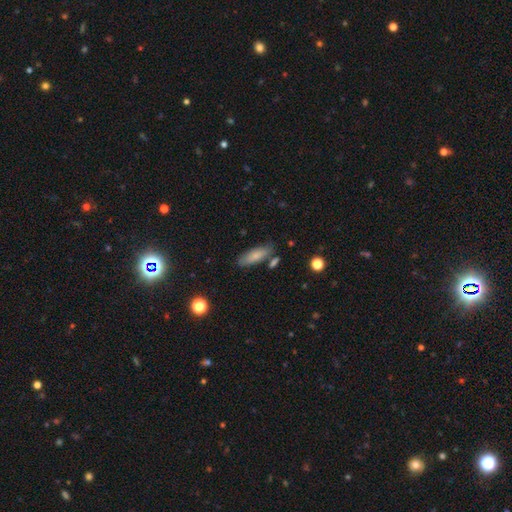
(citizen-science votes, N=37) Smooth or featured: smooth — 81% (featured or disk — 14%)
How rounded: in between — 50% (cigar-shaped — 47%)
Merging: none — 80% (minor disturbance — 9%)